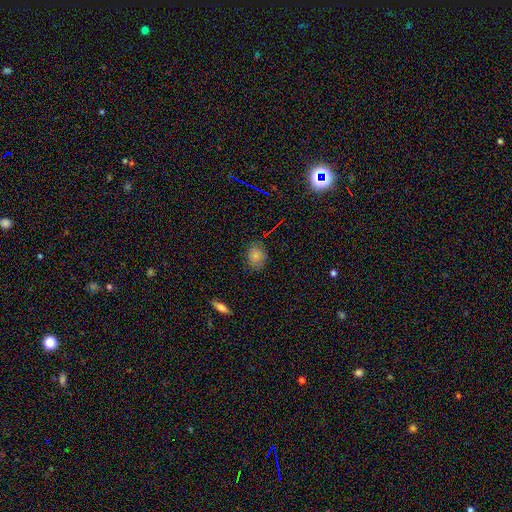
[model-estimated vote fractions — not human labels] Q: Smooth or featured?
A: smooth (77%); runner-up: star or artifact (13%)
Q: How rounded?
A: in between (50%); runner-up: round (49%)
Q: Merging?
A: none (76%); runner-up: minor disturbance (19%)